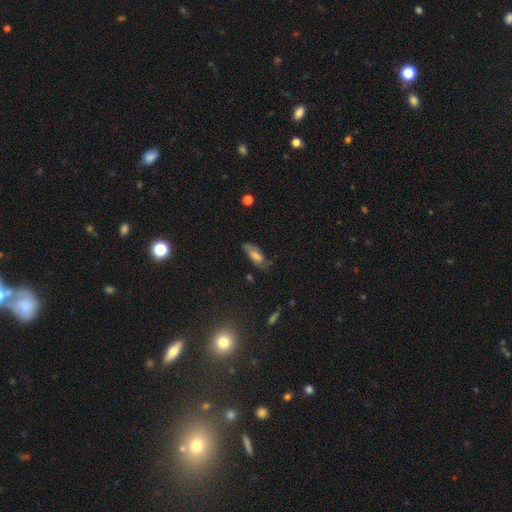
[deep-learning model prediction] Morphology: type=smooth (47%); merging=none (64%).